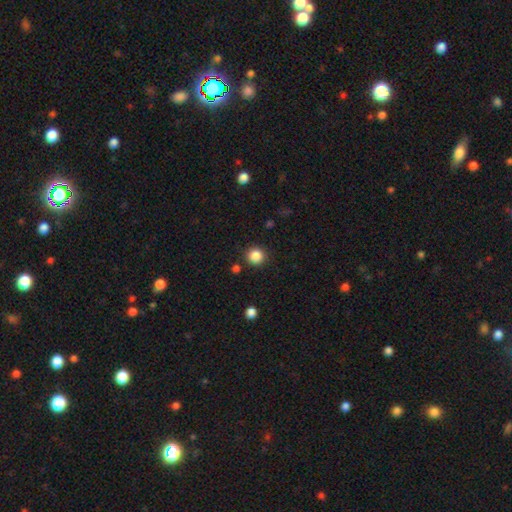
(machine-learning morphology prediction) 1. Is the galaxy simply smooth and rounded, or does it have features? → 86% smooth, 11% star or artifact, 3% featured or disk.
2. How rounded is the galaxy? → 93% round, 6% in between, 1% cigar-shaped.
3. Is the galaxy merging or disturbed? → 88% none, 7% minor disturbance, 3% merger, 2% major disturbance.